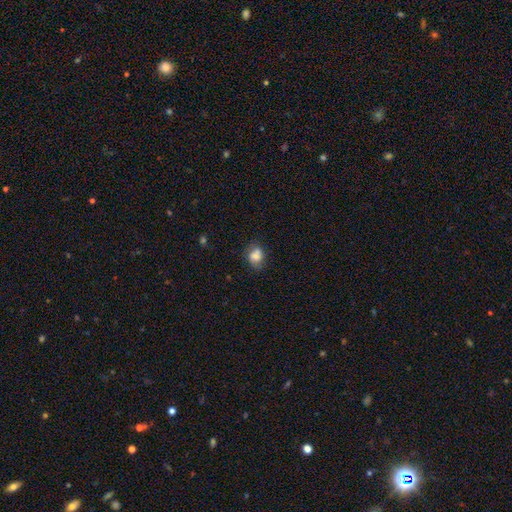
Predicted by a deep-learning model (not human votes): This is likely a smooth galaxy (73%). How rounded: possibly round (53%). Merging: possibly none (54%).